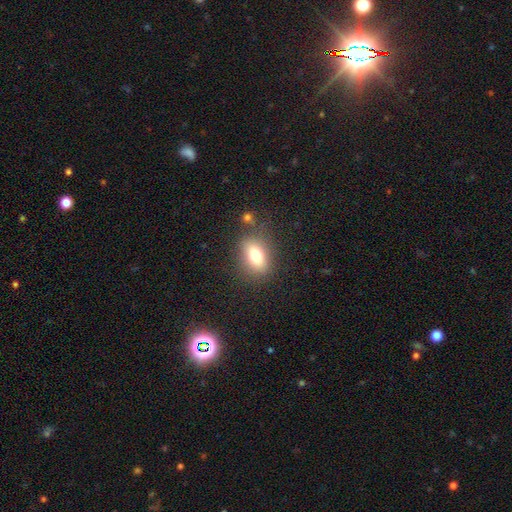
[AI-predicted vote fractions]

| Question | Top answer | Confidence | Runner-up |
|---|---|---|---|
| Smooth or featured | smooth | 77% | featured or disk (13%) |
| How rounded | in between | 79% | round (17%) |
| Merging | none | 78% | minor disturbance (13%) |